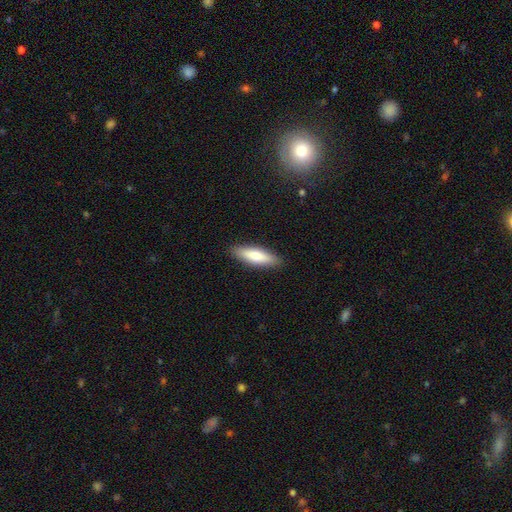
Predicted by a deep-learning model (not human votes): Overall: smooth (78%). How rounded: cigar-shaped (60%; in between 38%). Merging: none (89%).